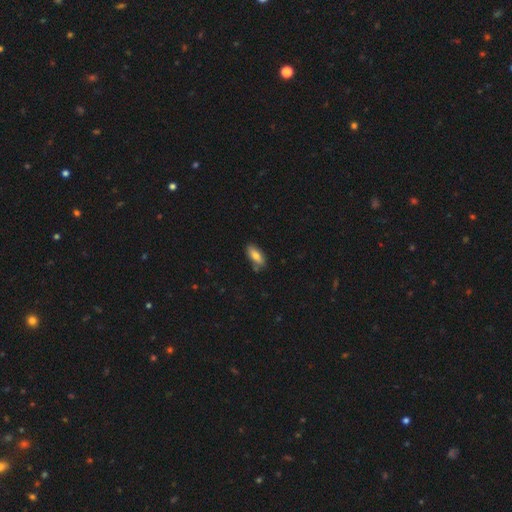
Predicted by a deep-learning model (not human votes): Overall: smooth (77%). How rounded: in between (80%). Merging: none (74%).